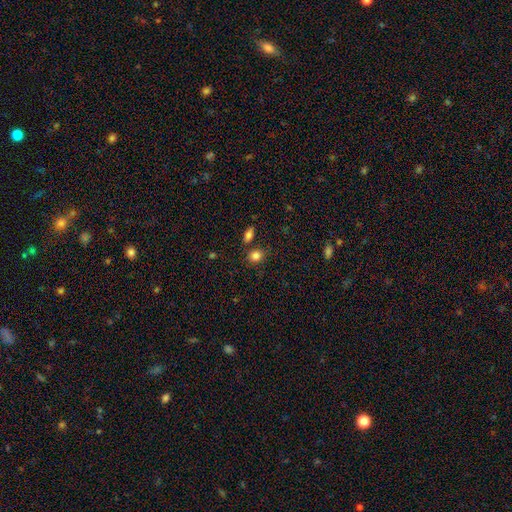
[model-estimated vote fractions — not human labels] This is clearly a smooth galaxy (84%). How rounded: possibly round (54%). Merging: likely none (74%).